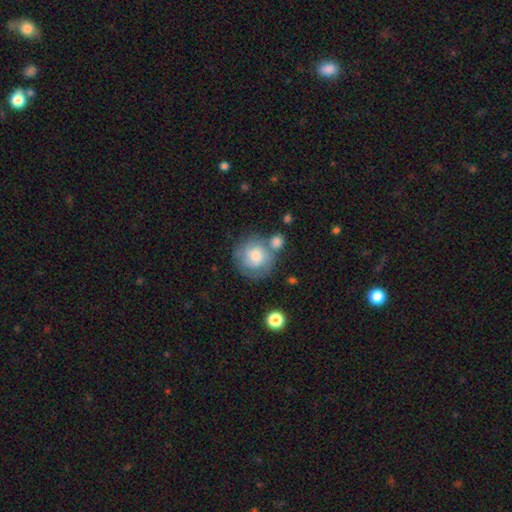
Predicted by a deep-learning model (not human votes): smooth_or_featured: featured or disk (p=0.46) [tied with: smooth p=0.46]
merging: none (p=0.55) [alt: merger p=0.19]